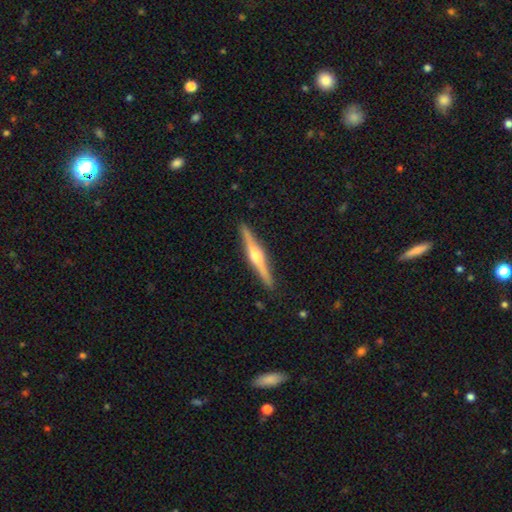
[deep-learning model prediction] Smooth or featured? Predicted: featured or disk (p=0.75). Edge-on disk? Predicted: yes (p=0.98). Edge-on bulge? Predicted: rounded (p=0.91). Merging? Predicted: none (p=0.91).